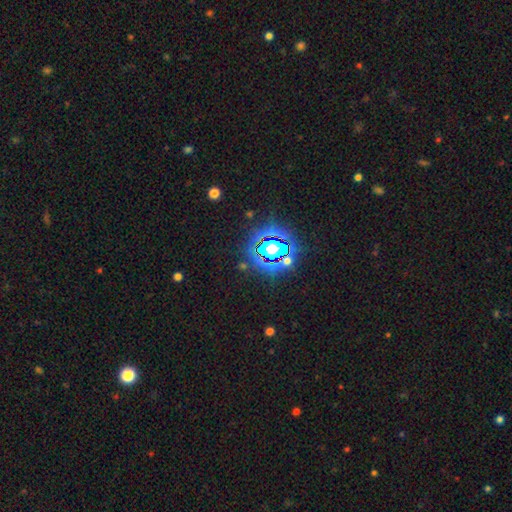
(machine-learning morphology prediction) The model was most divided on "smooth or featured": star or artifact: 84%, smooth: 9%, featured or disk: 7%.